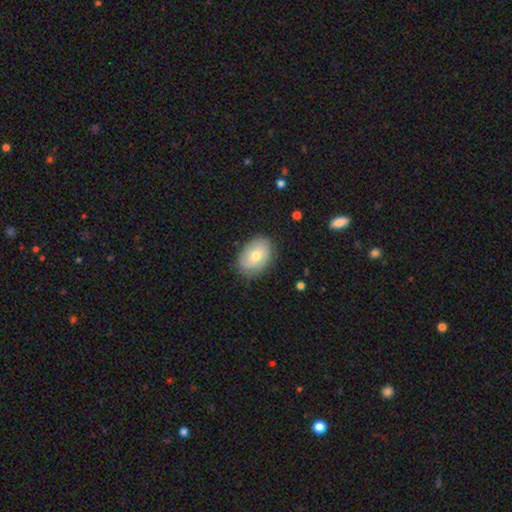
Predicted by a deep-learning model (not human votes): smooth_or_featured: smooth (p=0.66) [alt: featured or disk p=0.27]
how_rounded: in between (p=0.80) [alt: round p=0.19]
merging: none (p=0.80) [alt: minor disturbance p=0.15]